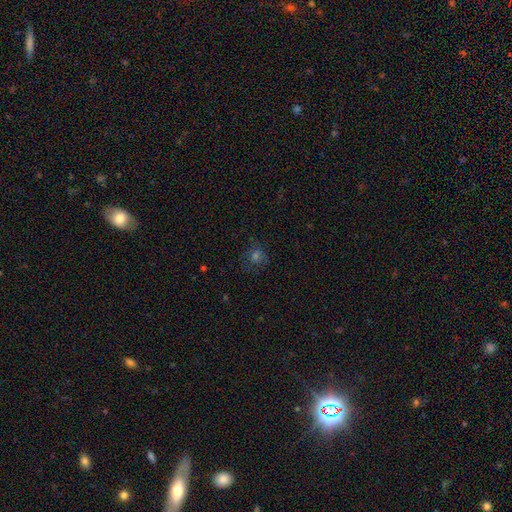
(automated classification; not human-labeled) Morphology: type=smooth (50%); merging=none (78%).